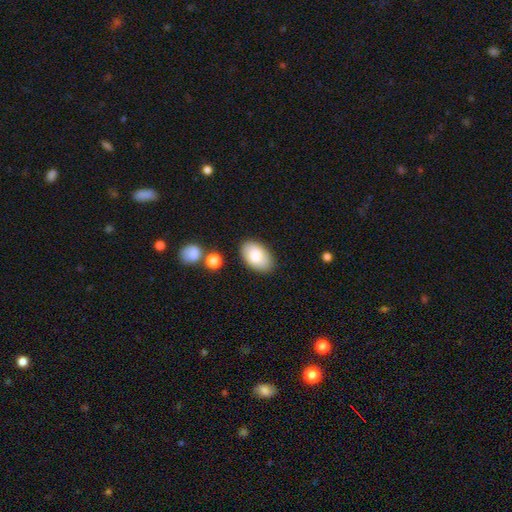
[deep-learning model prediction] This is clearly a smooth galaxy (80%). How rounded: clearly in between (93%). Merging: clearly none (84%).